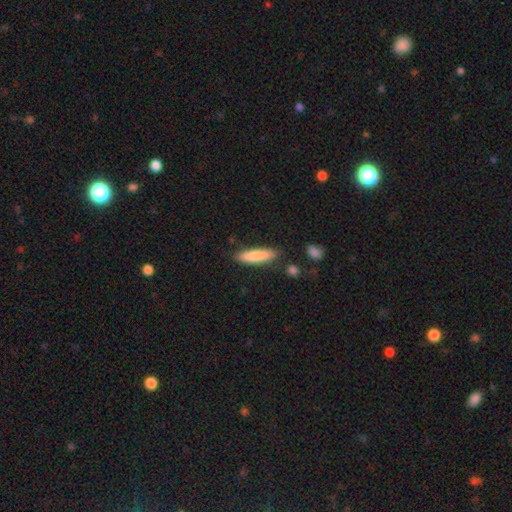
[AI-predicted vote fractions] smooth-or-featured: smooth: 83% | featured or disk: 12% | star or artifact: 6%
  how-rounded: cigar-shaped: 77% | in between: 22% | round: 1%
  merging: none: 83% | minor disturbance: 12% | merger: 3% | major disturbance: 3%